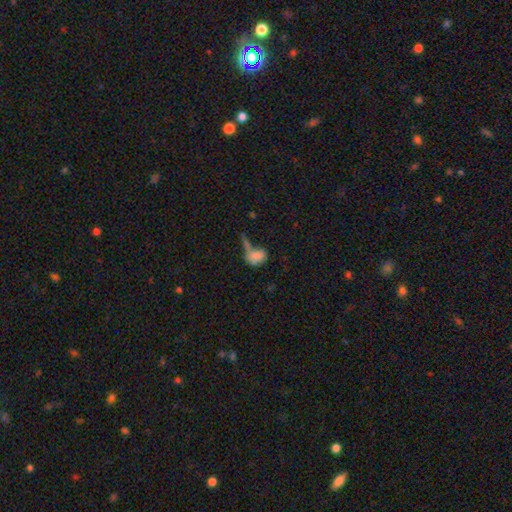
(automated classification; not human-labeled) Overall: smooth (71%). How rounded: in between (66%; round 31%). Merging: major disturbance (30%; merger 27%).